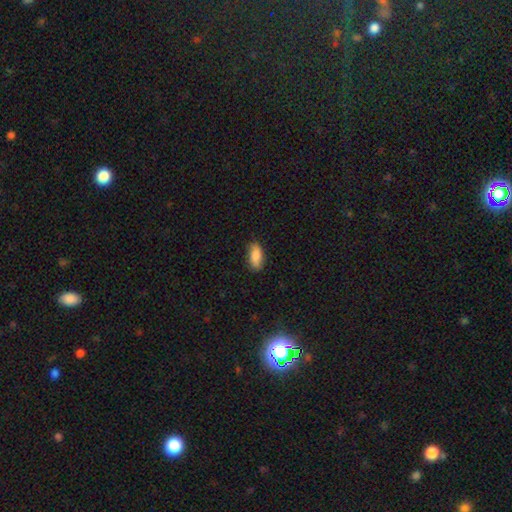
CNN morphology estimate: Overall: smooth (86%). How rounded: in between (85%). Merging: none (81%).